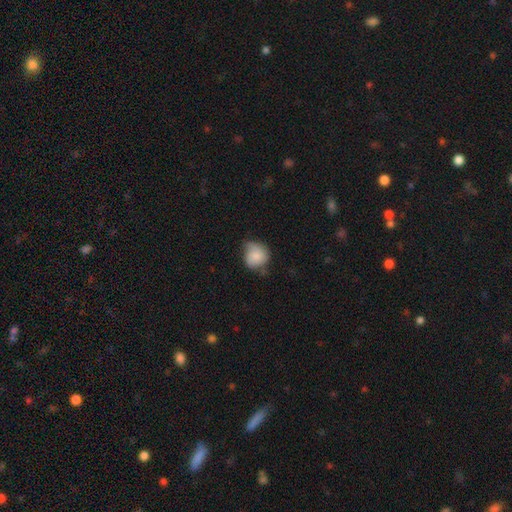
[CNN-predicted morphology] Smooth or featured: smooth — 71% (featured or disk — 21%)
How rounded: round — 74% (in between — 25%)
Merging: none — 43% (minor disturbance — 42%)